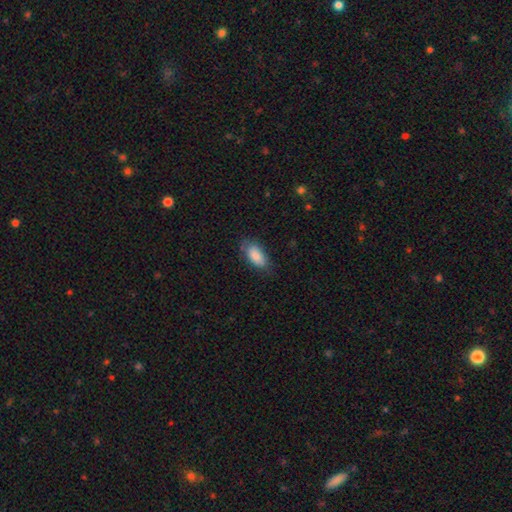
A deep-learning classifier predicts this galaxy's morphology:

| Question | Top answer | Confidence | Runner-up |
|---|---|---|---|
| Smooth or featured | smooth | 86% | featured or disk (7%) |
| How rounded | in between | 91% | cigar-shaped (6%) |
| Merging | none | 74% | minor disturbance (20%) |